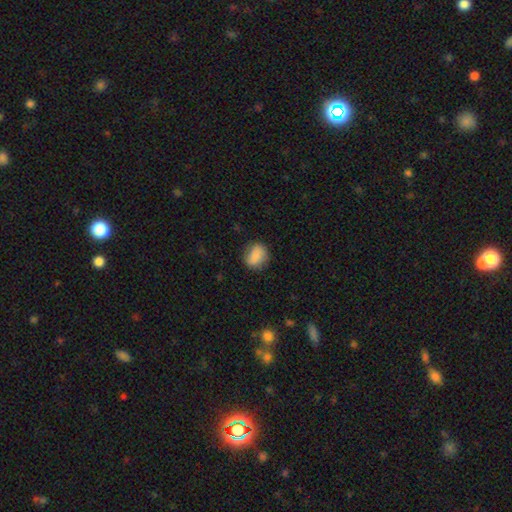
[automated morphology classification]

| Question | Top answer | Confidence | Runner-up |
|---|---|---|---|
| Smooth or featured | smooth | 79% | featured or disk (13%) |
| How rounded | round | 56% | in between (43%) |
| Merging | none | 79% | minor disturbance (16%) |